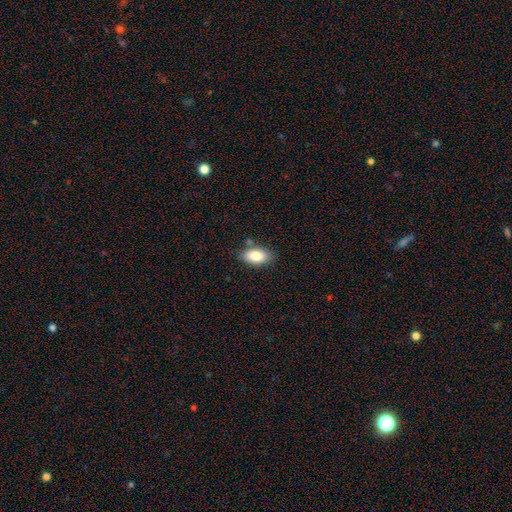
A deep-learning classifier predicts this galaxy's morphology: smooth-or-featured: smooth: 84% | featured or disk: 9% | star or artifact: 7%
  how-rounded: in between: 92% | round: 5% | cigar-shaped: 3%
  merging: none: 79% | minor disturbance: 14% | merger: 4% | major disturbance: 3%